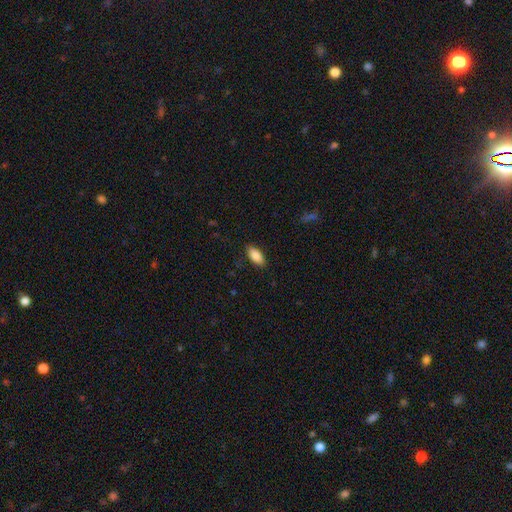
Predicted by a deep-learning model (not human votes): A smooth galaxy with no disk features (88%) that is in between round and cigar-shaped (89%). Merging: none (87%).